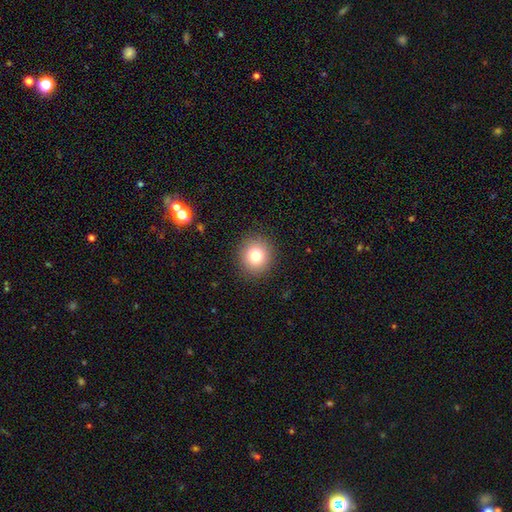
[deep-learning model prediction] Morphology: type=smooth (80%); roundness=round (87%); merging=none (90%).